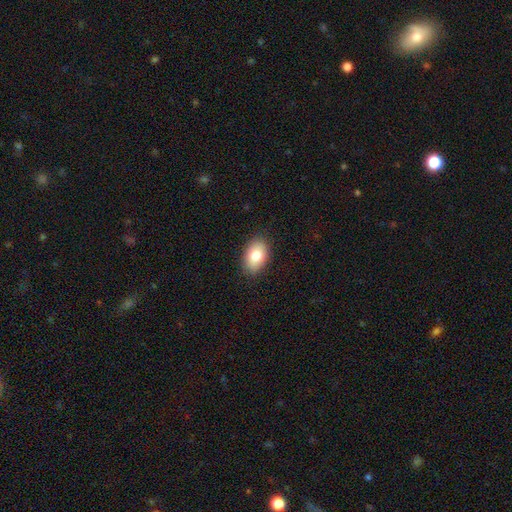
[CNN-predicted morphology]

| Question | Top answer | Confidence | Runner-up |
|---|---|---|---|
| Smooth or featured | smooth | 81% | featured or disk (12%) |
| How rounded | in between | 89% | round (9%) |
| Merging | none | 87% | minor disturbance (10%) |